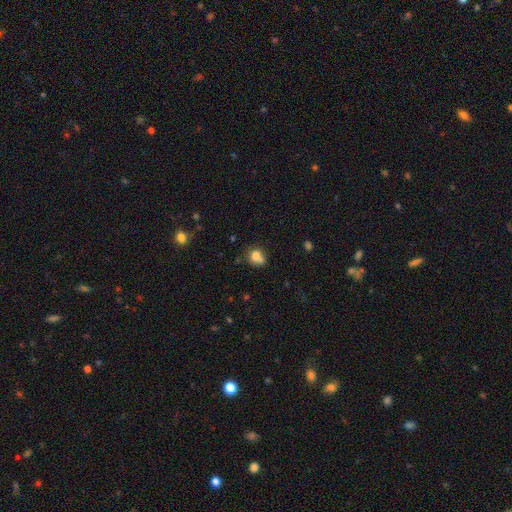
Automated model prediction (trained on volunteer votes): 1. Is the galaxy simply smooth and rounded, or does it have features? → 73% smooth, 15% featured or disk, 12% star or artifact.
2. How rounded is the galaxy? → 68% round, 31% in between, 1% cigar-shaped.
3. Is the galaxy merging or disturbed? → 40% merger, 38% none, 15% minor disturbance, 7% major disturbance.